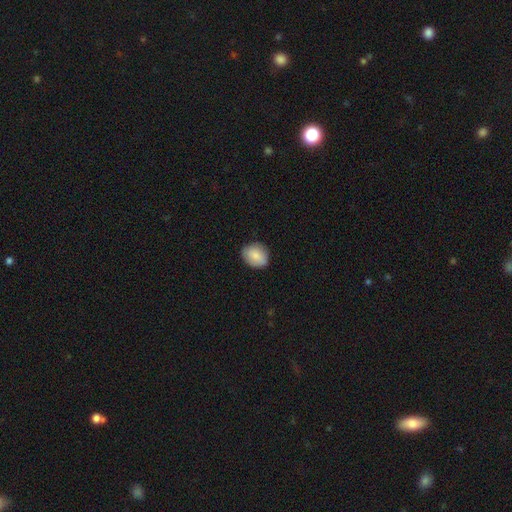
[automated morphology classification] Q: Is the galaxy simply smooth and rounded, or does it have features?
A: smooth — 84%.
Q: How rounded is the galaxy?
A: round — 52%.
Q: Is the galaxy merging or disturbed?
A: none — 82%.